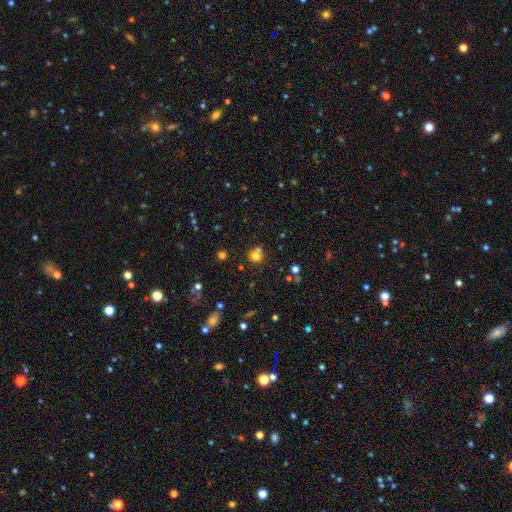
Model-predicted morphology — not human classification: smooth_or_featured: smooth (p=0.72) [alt: star or artifact p=0.19]
how_rounded: round (p=0.87) [alt: in between p=0.12]
merging: none (p=0.59) [alt: merger p=0.28]